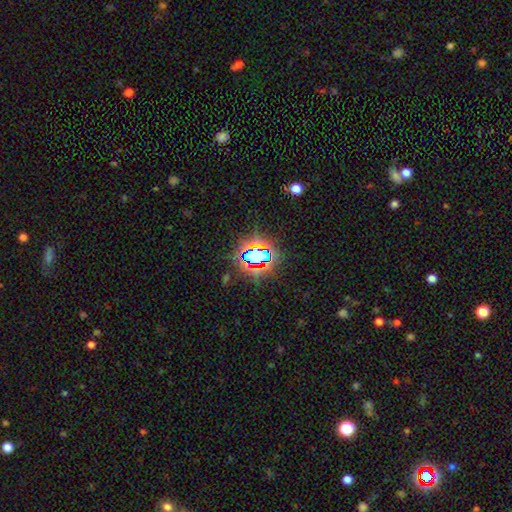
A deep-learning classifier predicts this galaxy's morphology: The model was most divided on "smooth or featured": star or artifact: 71%, smooth: 18%, featured or disk: 11%.